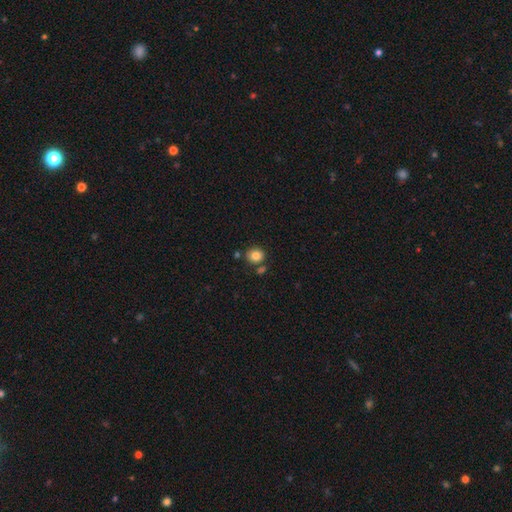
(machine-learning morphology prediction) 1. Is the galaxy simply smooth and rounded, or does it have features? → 83% smooth, 10% star or artifact, 7% featured or disk.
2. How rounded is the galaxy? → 74% round, 25% in between, 1% cigar-shaped.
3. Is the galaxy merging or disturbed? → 74% none, 12% merger, 11% minor disturbance, 3% major disturbance.